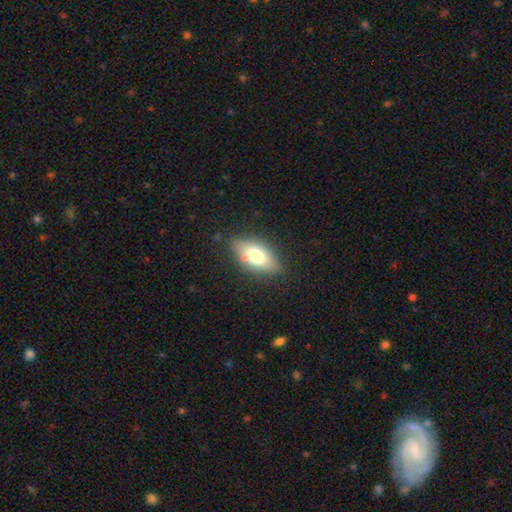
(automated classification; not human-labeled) Smooth or featured? smooth (70%)
How rounded? in between (87%)
Merging? none (78%)